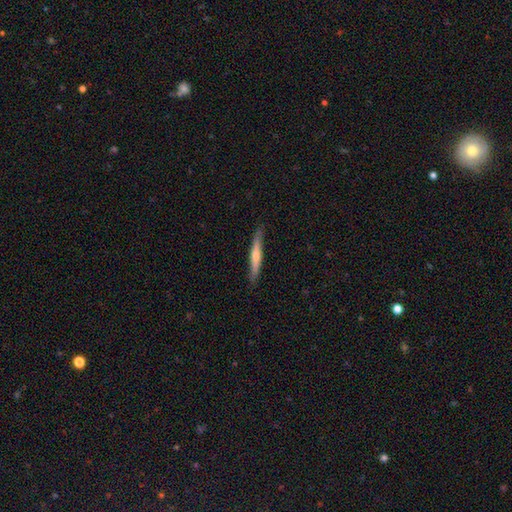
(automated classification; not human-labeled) Overall: featured or disk (48%; smooth 46%). Merging: none (87%).